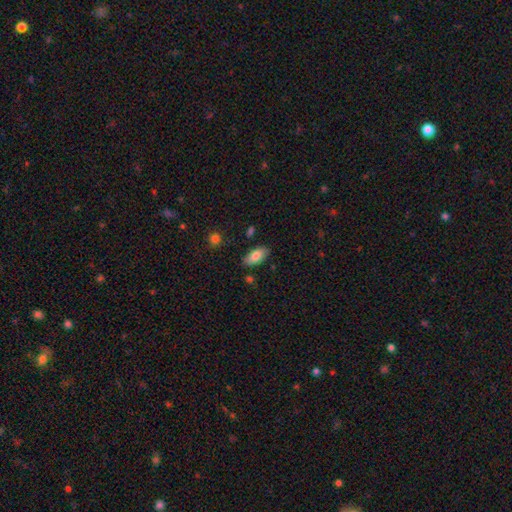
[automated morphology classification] smooth 81%, featured or disk 12%, star or artifact 7%. Down the decision tree: how rounded — in between (91%); merging — none (83%).